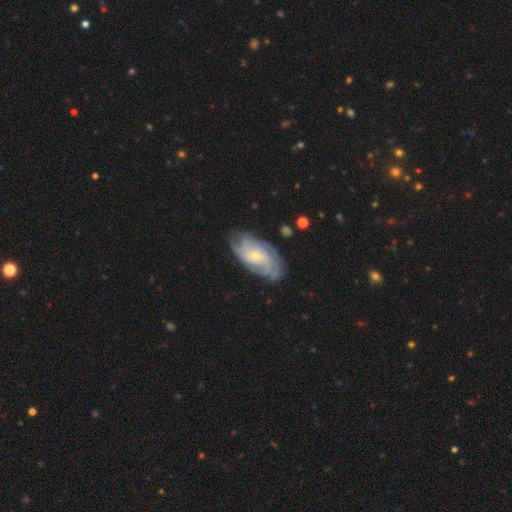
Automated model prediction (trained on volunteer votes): Q: Smooth or featured?
A: featured or disk (84%); runner-up: smooth (10%)
Q: Edge-on disk?
A: no (96%); runner-up: yes (4%)
Q: Bar?
A: no (72%); runner-up: weak (24%)
Q: Spiral arms?
A: yes (96%); runner-up: no (4%)
Q: Spiral winding?
A: tight (62%); runner-up: medium (31%)
Q: Spiral arm count?
A: 4 (27%); runner-up: can't tell (26%)
Q: Bulge size?
A: small (72%); runner-up: moderate (24%)
Q: Merging?
A: none (76%); runner-up: minor disturbance (17%)